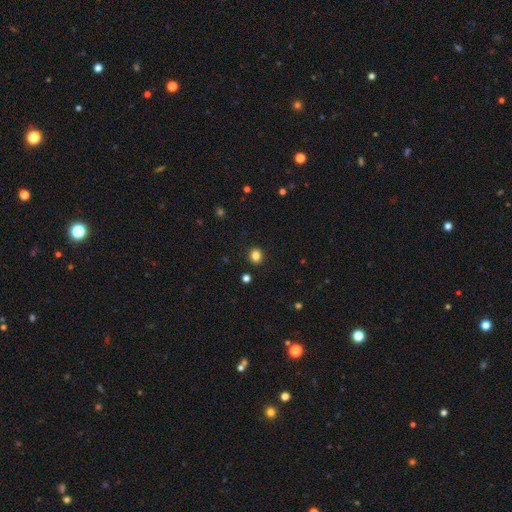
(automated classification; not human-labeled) Smooth or featured?
  - smooth: 84% *
  - star or artifact: 11%
  - featured or disk: 4%
How rounded?
  - round: 72% *
  - in between: 27%
  - cigar-shaped: 1%
Merging?
  - none: 91% *
  - minor disturbance: 6%
  - major disturbance: 2%
  - merger: 1%